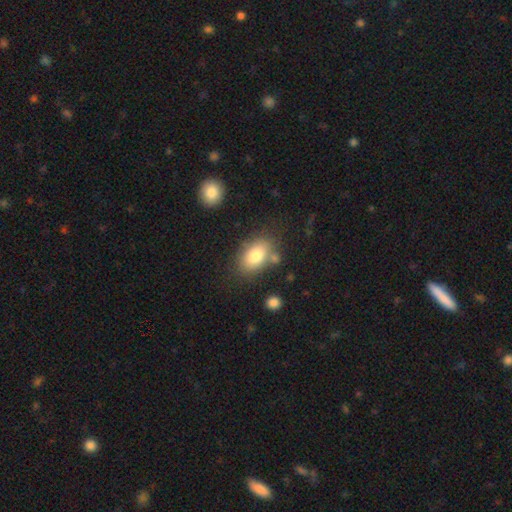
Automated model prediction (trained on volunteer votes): This appears to be a smooth galaxy with no disk features (79%) that is in between round and cigar-shaped (87%). Merging: none (71%).